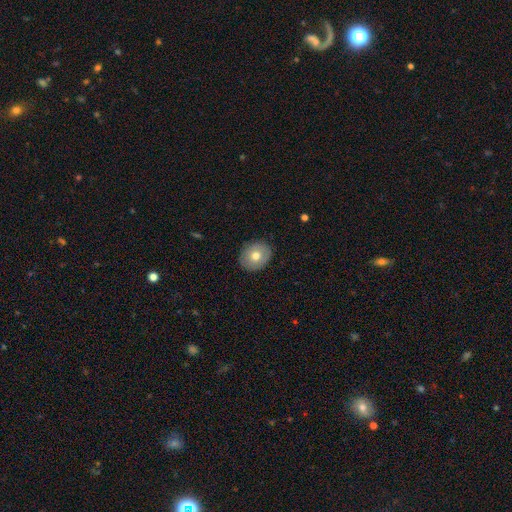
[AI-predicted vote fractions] Smooth or featured? Predicted: smooth (p=0.70). How rounded? Predicted: round (p=0.56). Merging? Predicted: none (p=0.88).